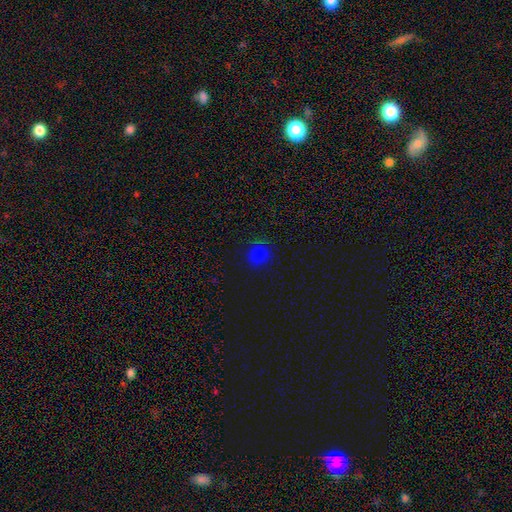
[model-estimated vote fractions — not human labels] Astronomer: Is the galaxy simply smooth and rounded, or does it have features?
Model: smooth — 73%.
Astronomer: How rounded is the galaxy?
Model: round — 85%.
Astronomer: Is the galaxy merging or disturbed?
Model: none — 80%.